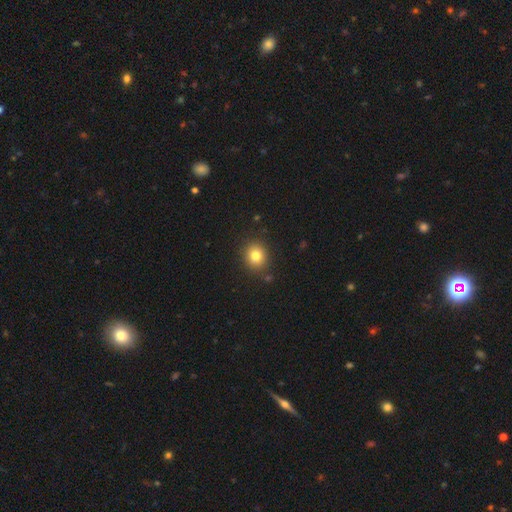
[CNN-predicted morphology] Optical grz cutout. It shows a smooth galaxy with no disk features (80%) that is round (76%). Merging: none (86%).